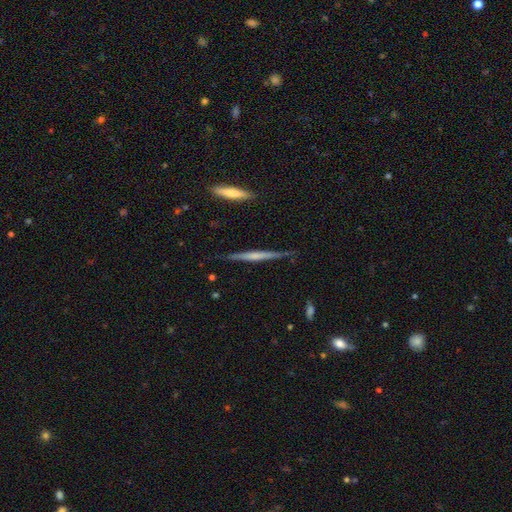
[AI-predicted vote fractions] Morphology: type=featured or disk (62%); edge-on=yes (97%); edge-on bulge=none (51%); merging=none (82%).